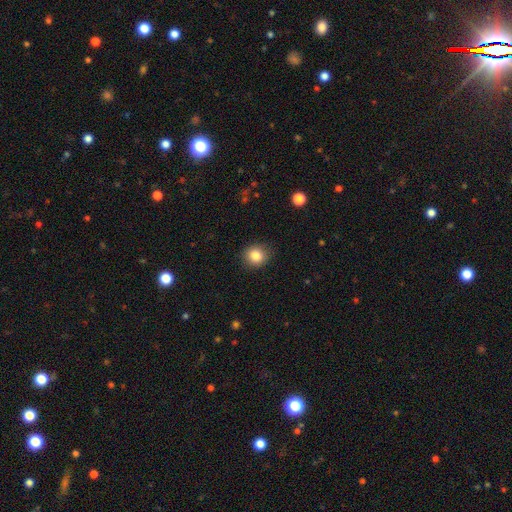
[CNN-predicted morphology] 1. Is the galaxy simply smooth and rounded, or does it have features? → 84% smooth, 10% star or artifact, 6% featured or disk.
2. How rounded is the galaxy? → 85% round, 14% in between, 1% cigar-shaped.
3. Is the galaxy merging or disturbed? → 88% none, 9% minor disturbance, 2% major disturbance, 1% merger.